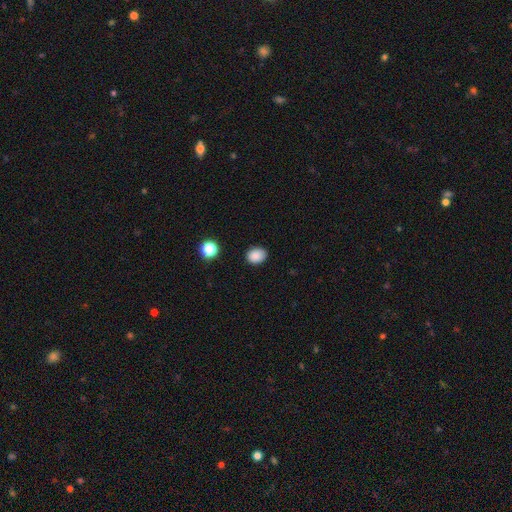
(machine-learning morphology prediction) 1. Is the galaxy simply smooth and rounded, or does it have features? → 86% smooth, 10% star or artifact, 3% featured or disk.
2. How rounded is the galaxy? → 53% in between, 46% round, 1% cigar-shaped.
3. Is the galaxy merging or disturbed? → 84% none, 12% minor disturbance, 3% major disturbance, 2% merger.